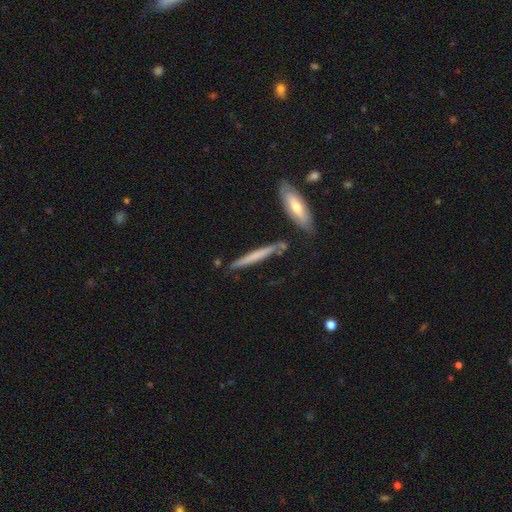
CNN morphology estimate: This appears to be a smooth galaxy with no disk features (53%) that is cigar-shaped (95%). Merging: none (79%).